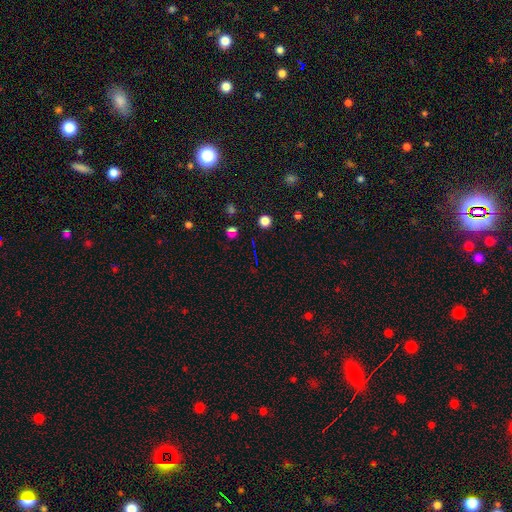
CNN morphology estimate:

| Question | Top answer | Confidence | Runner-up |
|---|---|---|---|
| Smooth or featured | star or artifact | 64% | smooth (26%) |